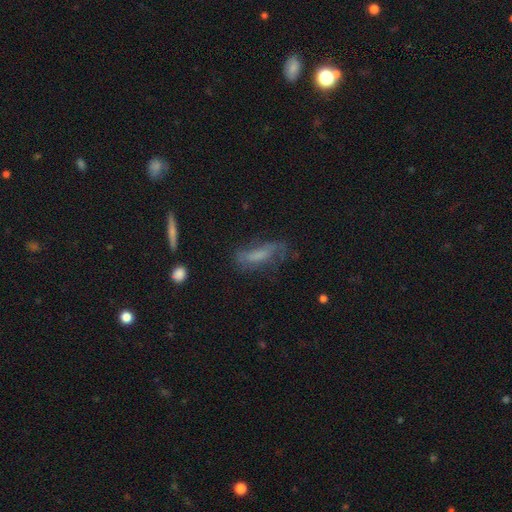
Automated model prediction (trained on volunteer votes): This is marginally a smooth galaxy (44%). Merging: likely none (61%).